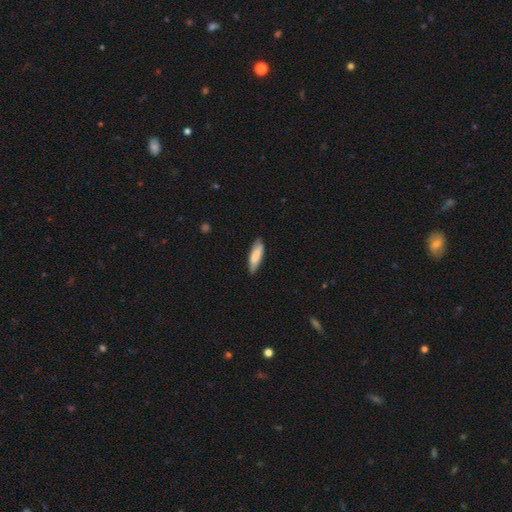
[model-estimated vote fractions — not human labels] smooth_or_featured: smooth (p=0.80) [alt: featured or disk p=0.14]
how_rounded: cigar-shaped (p=0.54) [alt: in between p=0.44]
merging: none (p=0.76) [alt: minor disturbance p=0.20]